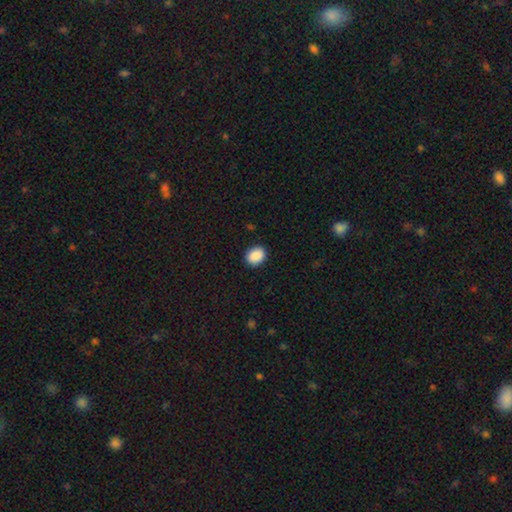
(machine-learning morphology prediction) This is clearly a smooth galaxy (90%). How rounded: possibly in between (55%). Merging: clearly none (90%).